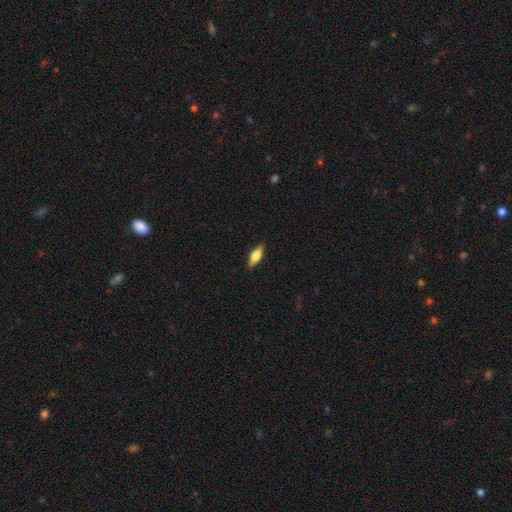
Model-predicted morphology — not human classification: A smooth galaxy with no disk features (63%) that is in between round and cigar-shaped (62%). Merging: none (89%).